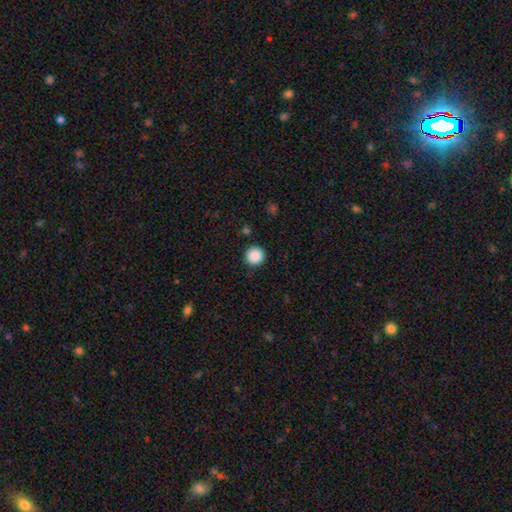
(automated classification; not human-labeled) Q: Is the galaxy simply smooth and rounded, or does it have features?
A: smooth — 88%.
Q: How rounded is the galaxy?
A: round — 96%.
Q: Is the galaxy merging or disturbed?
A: none — 91%.